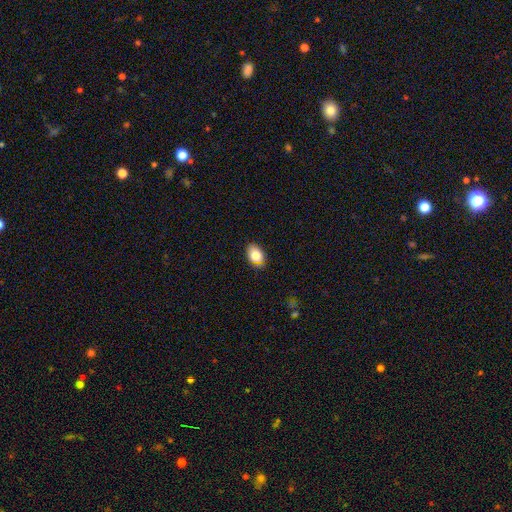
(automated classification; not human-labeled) Morphology: type=smooth (80%); roundness=in between (85%); merging=none (82%).